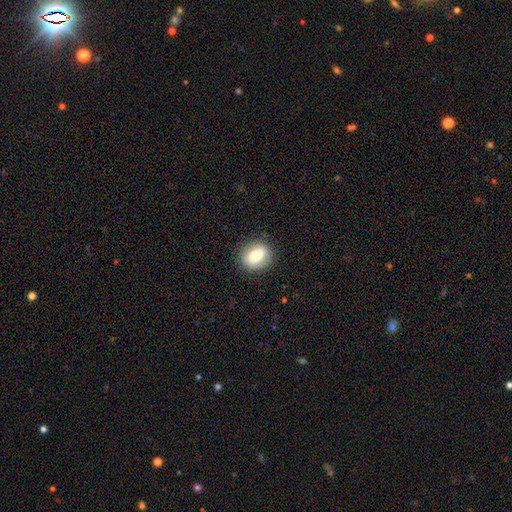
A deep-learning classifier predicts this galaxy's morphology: Smooth or featured? smooth (76%)
How rounded? round (58%)
Merging? none (85%)